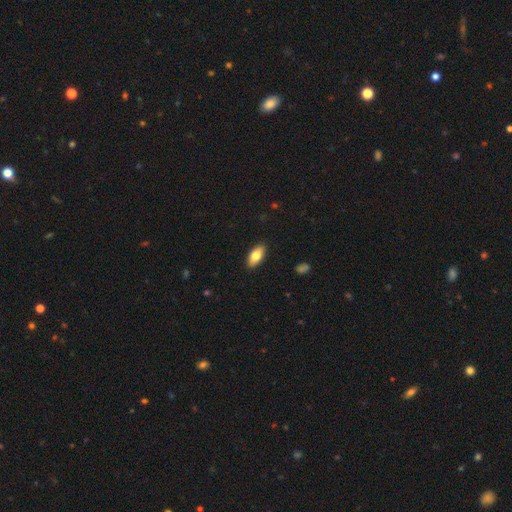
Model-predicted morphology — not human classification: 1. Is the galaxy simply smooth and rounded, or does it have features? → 77% smooth, 17% featured or disk, 6% star or artifact.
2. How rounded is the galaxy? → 88% in between, 9% cigar-shaped, 3% round.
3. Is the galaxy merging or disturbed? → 89% none, 8% minor disturbance, 2% major disturbance, 1% merger.